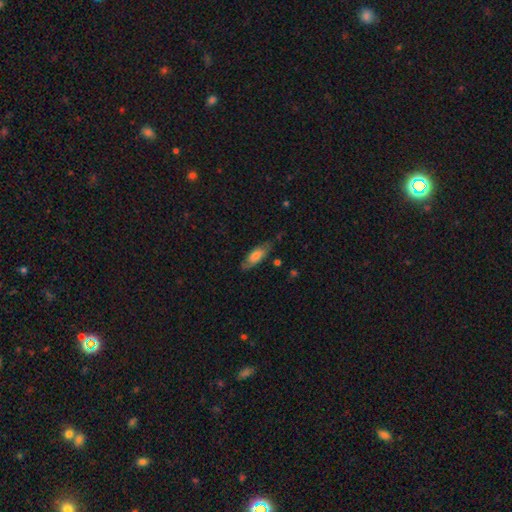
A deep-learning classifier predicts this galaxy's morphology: The model was most divided on "smooth or featured": smooth: 65%, featured or disk: 29%, star or artifact: 7%. More confident: merging — none (70%); how rounded — in between (67%).